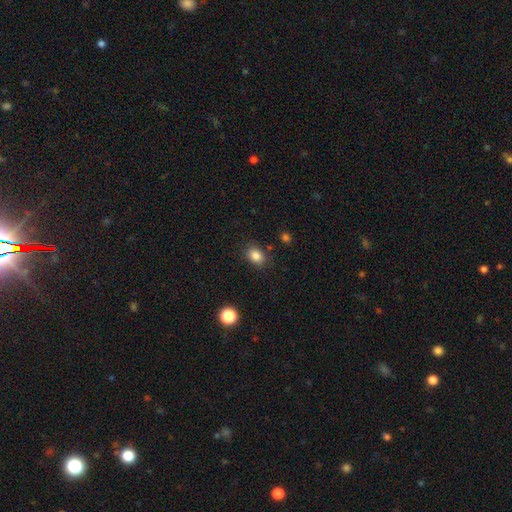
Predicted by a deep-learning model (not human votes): Overall: smooth (84%). How rounded: in between (66%; round 33%). Merging: none (83%).